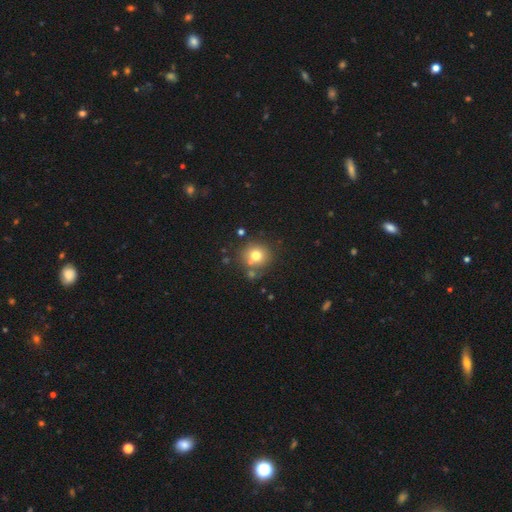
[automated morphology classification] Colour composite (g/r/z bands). It shows a smooth galaxy with no disk features (75%) that is round (90%). Merging: none (72%).